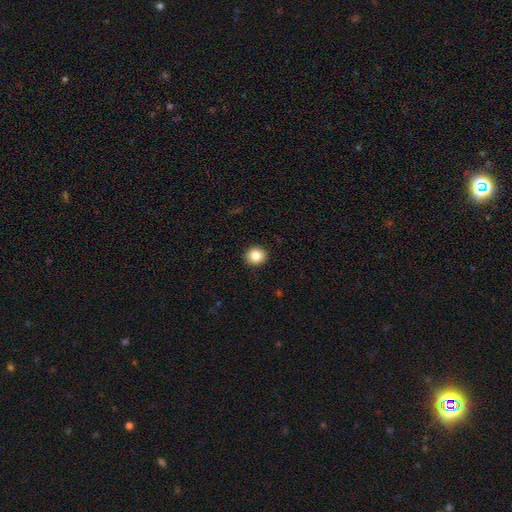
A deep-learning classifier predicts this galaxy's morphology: Smooth or featured? smooth (86%)
How rounded? round (83%)
Merging? none (92%)